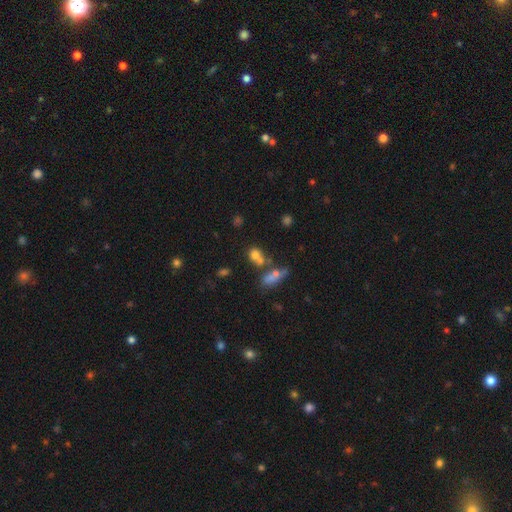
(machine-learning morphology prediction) Smooth or featured: smooth — 71% (star or artifact — 15%)
How rounded: in between — 54% (round — 43%)
Merging: merger — 40% (none — 39%)